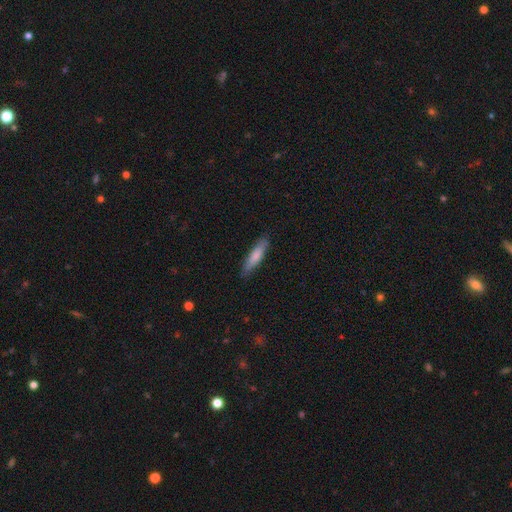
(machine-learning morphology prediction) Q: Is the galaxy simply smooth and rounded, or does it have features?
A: smooth — 78%.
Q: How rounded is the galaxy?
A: cigar-shaped — 79%.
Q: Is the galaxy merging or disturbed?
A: none — 82%.